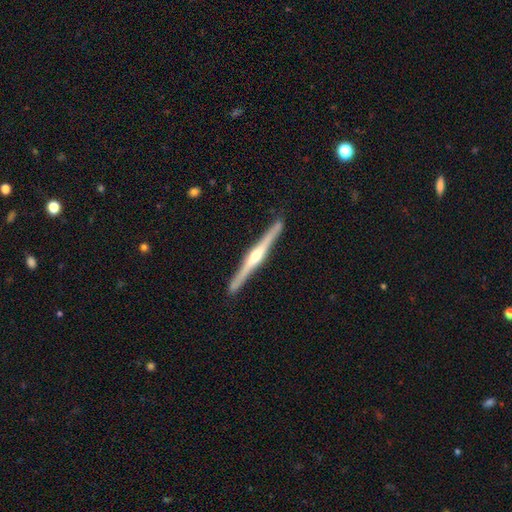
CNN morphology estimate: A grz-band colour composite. It shows a featured or disk galaxy (84%) viewed edge-on (98%) with a rounded central bulge (89%). Merging: none (91%).